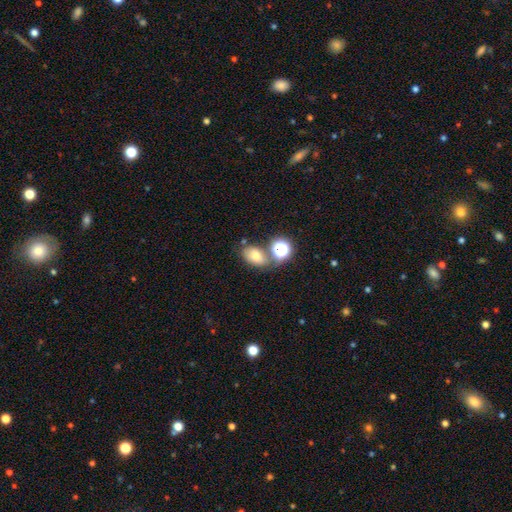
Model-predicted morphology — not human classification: type=smooth (68%); roundness=in between (76%); merging=none (56%).